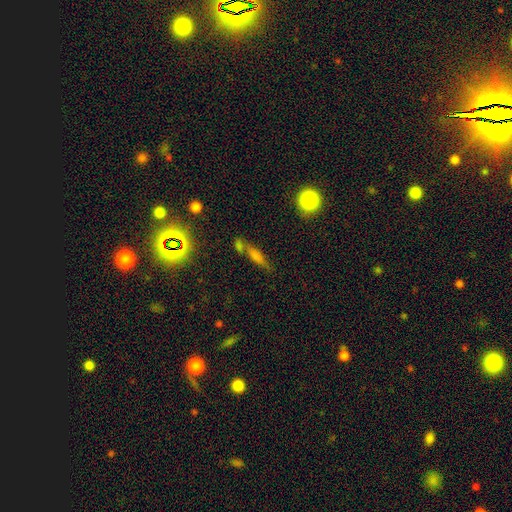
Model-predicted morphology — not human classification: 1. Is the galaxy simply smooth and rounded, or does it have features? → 49% smooth, 26% star or artifact, 25% featured or disk.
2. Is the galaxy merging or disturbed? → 61% none, 19% merger, 14% minor disturbance, 6% major disturbance.